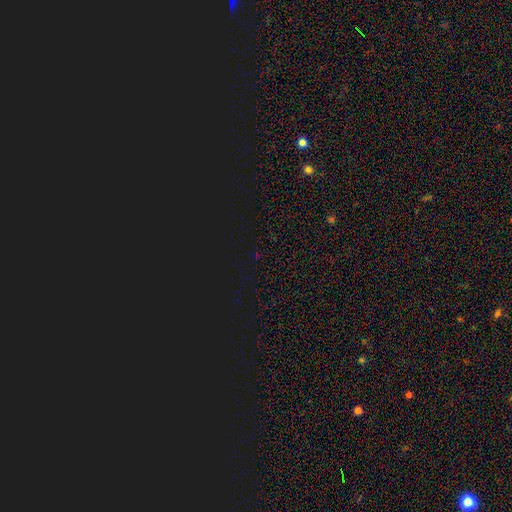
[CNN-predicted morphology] star or artifact 78%, smooth 15%, featured or disk 7%.